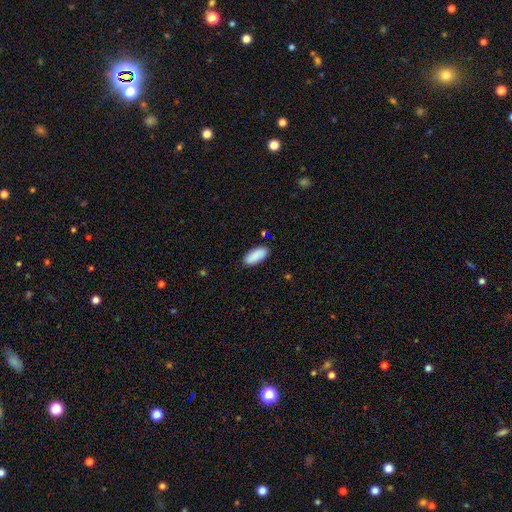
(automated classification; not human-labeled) Smooth or featured? smooth (90%)
How rounded? in between (84%)
Merging? none (87%)